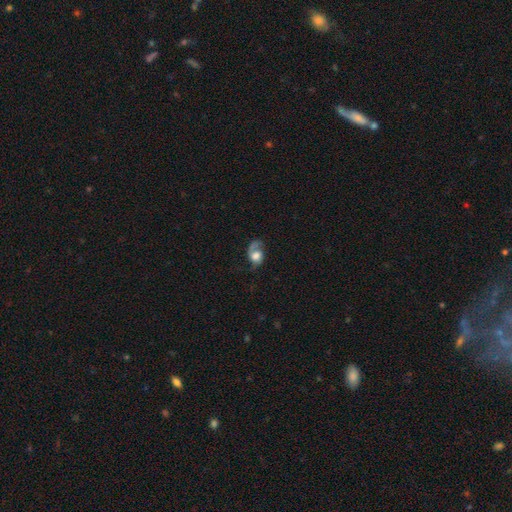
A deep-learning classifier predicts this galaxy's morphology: The model was most divided on "merging": none: 38%, major disturbance: 37%, minor disturbance: 22%, merger: 3%. Remaining: edge-on disk — no (96%); spiral arms — yes (83%); bar — no (73%); smooth or featured — featured or disk (52%); bulge size — large (46%).